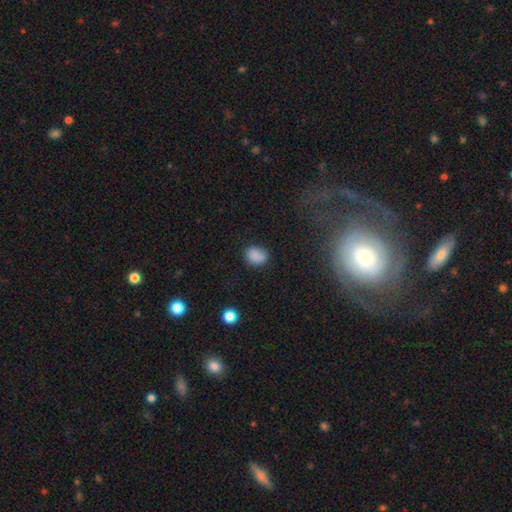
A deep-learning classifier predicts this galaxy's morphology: This appears to be a smooth galaxy with no disk features (86%) that is in between round and cigar-shaped (59%). Merging: none (81%).